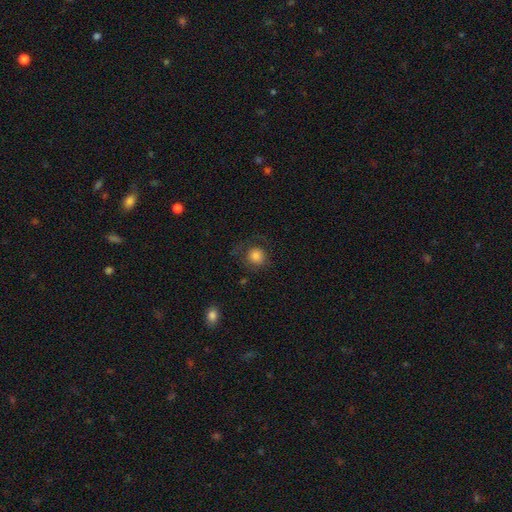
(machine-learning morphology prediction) This is clearly a smooth galaxy (81%). How rounded: clearly round (91%). Merging: likely none (69%).